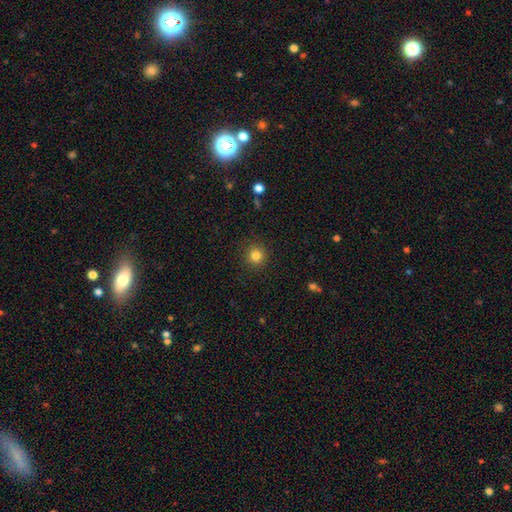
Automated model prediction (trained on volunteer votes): A smooth galaxy with no disk features (83%) that is round (94%).

Vote fractions:
- Smooth or featured? smooth: 83% / star or artifact: 12% / featured or disk: 5%
- How rounded? round: 94% / in between: 5% / cigar-shaped: 1%
- Merging? none: 90% / minor disturbance: 6% / major disturbance: 2% / merger: 1%